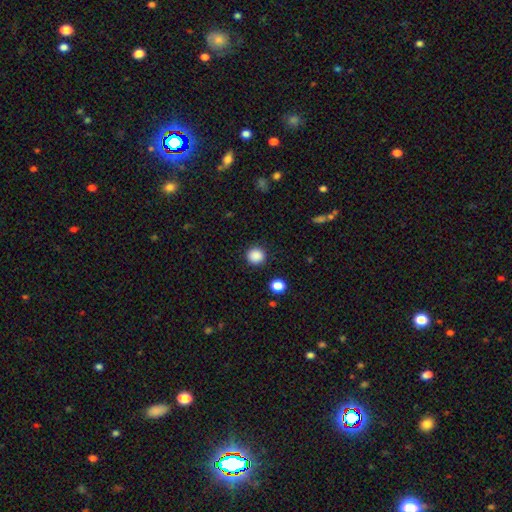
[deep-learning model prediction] This appears to be a smooth galaxy with no disk features (87%) that is round (93%). Merging: none (91%).